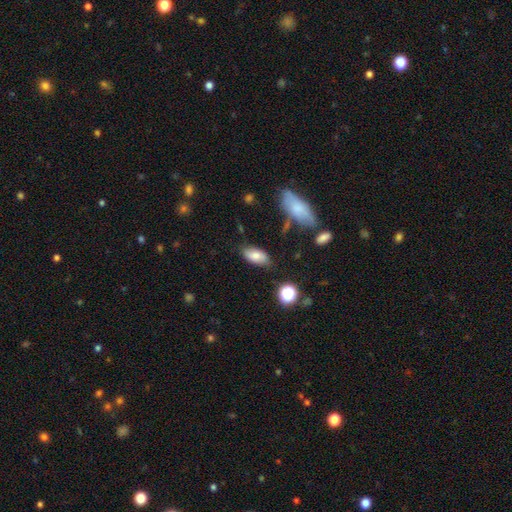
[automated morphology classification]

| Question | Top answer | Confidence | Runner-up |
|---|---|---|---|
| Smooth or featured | smooth | 77% | featured or disk (14%) |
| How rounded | in between | 91% | cigar-shaped (5%) |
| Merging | none | 77% | minor disturbance (16%) |